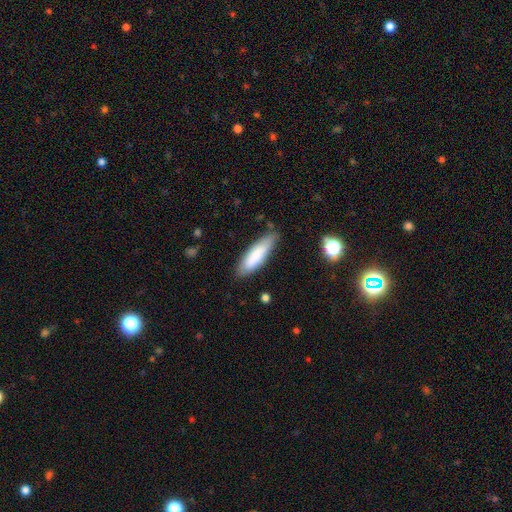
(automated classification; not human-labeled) A smooth galaxy with no disk features (81%) that is cigar-shaped (55%). Merging: none (79%).